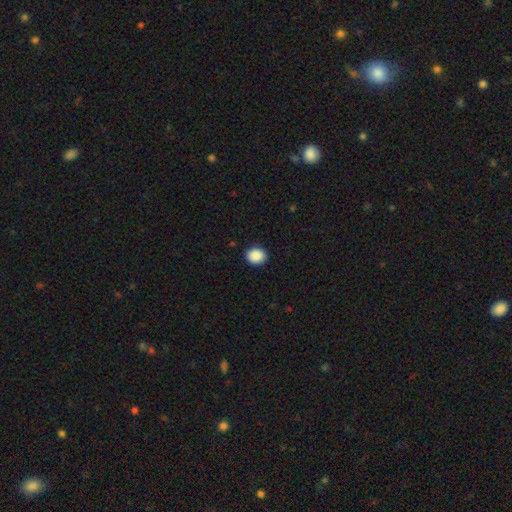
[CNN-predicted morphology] Smooth or featured? smooth (90%)
How rounded? round (65%)
Merging? none (91%)